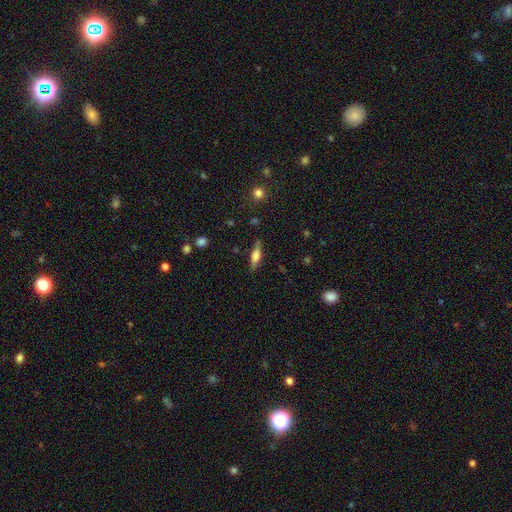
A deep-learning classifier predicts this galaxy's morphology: A smooth galaxy with no disk features (59%) that is cigar-shaped (49%). Merging: none (79%).